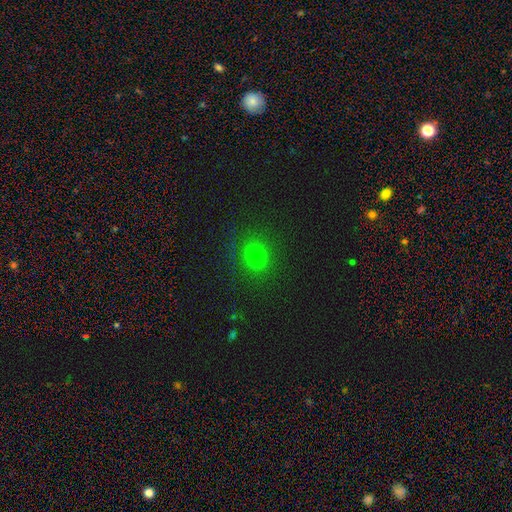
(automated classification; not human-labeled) Smooth or featured?
  - smooth: 76% *
  - star or artifact: 17%
  - featured or disk: 7%
How rounded?
  - round: 74% *
  - in between: 24%
  - cigar-shaped: 1%
Merging?
  - none: 85% *
  - minor disturbance: 10%
  - major disturbance: 4%
  - merger: 1%